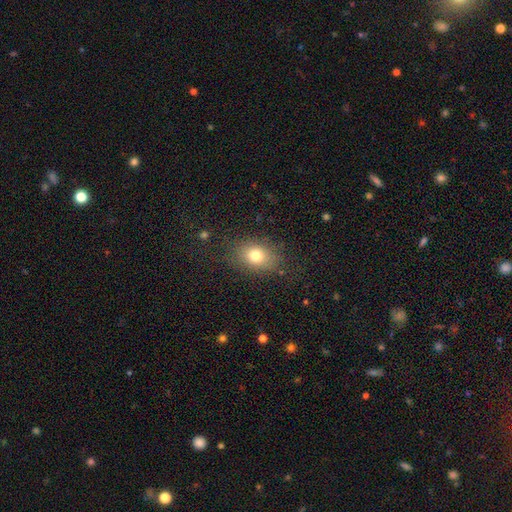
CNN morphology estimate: This appears to be a smooth galaxy with no disk features (77%) that is in between round and cigar-shaped (66%). Merging: none (80%).